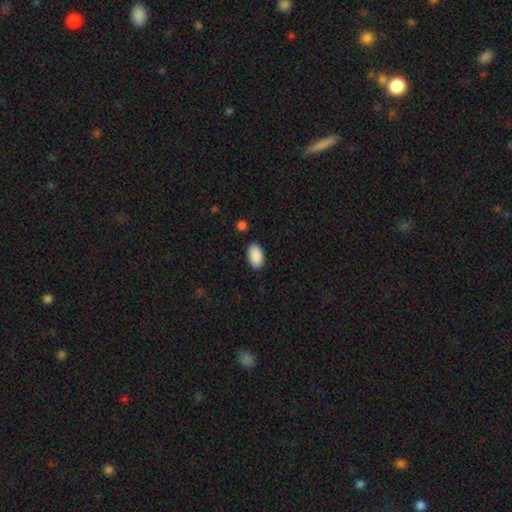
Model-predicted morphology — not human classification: smooth 90%, star or artifact 6%, featured or disk 3%. Down the decision tree: how rounded — in between (95%); merging — none (87%).